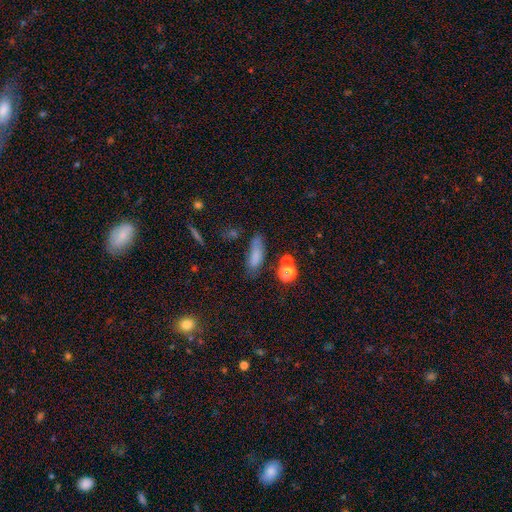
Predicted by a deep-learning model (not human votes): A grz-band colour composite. It shows a smooth galaxy with no disk features (76%) that is in between round and cigar-shaped (57%). Merging: none (60%).